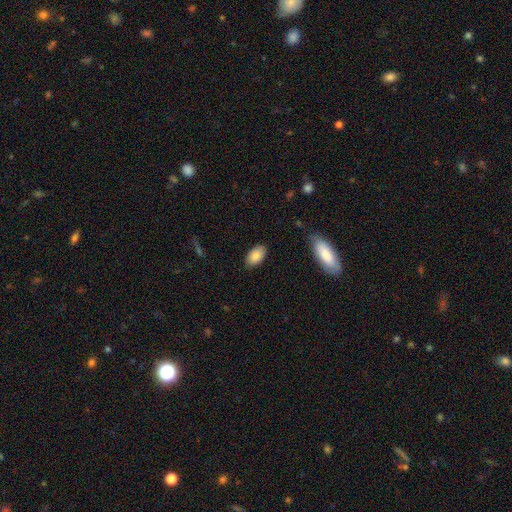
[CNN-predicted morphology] This is clearly a smooth galaxy (86%). How rounded: clearly in between (94%). Merging: clearly none (85%).